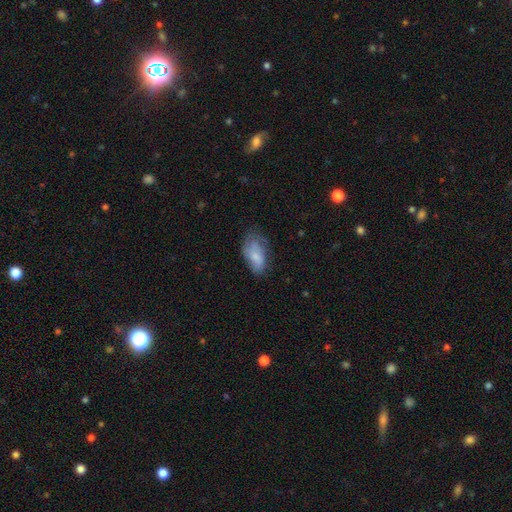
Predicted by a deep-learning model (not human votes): This appears to be a smooth galaxy with no disk features (70%) that is in between round and cigar-shaped (92%). Merging: none (44%).